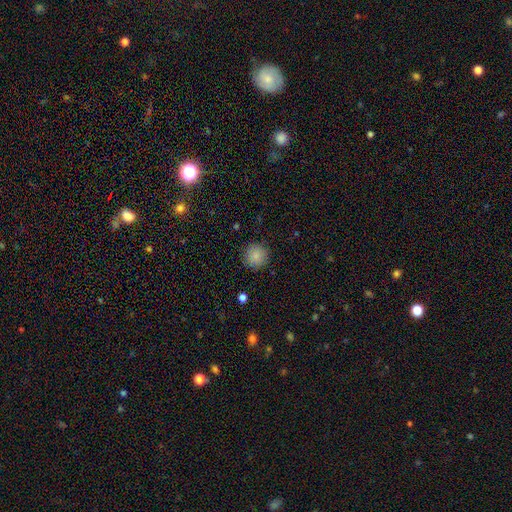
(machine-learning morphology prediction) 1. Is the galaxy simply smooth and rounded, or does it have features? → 86% smooth, 9% star or artifact, 5% featured or disk.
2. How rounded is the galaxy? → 94% round, 5% in between, 1% cigar-shaped.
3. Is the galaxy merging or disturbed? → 89% none, 7% minor disturbance, 2% major disturbance, 1% merger.